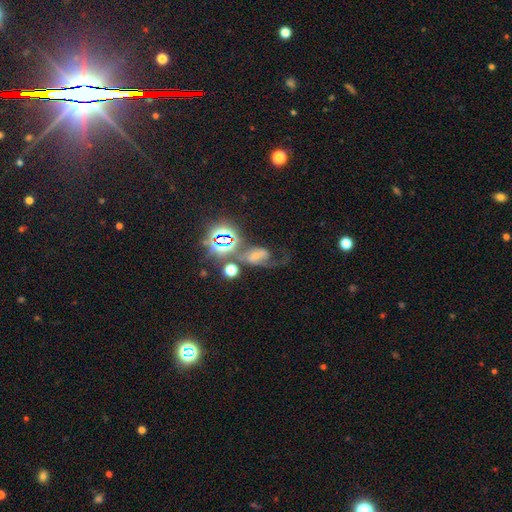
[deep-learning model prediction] Smooth or featured?
  - featured or disk: 46% *
  - star or artifact: 28%
  - smooth: 26%
Merging?
  - none: 35% *
  - major disturbance: 34%
  - minor disturbance: 19%
  - merger: 12%